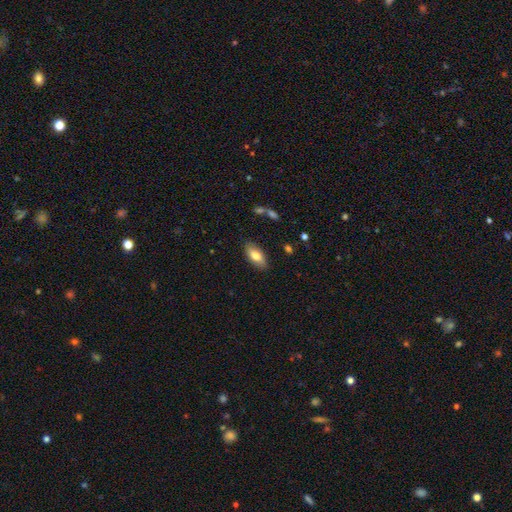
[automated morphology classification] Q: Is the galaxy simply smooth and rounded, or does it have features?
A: smooth — 77%.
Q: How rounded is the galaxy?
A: in between — 89%.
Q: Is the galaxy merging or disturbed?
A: none — 85%.